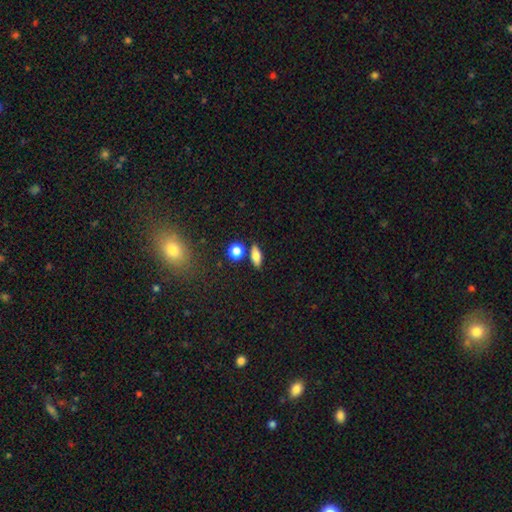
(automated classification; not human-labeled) Morphology: type=smooth (77%); roundness=in between (71%); merging=none (77%).